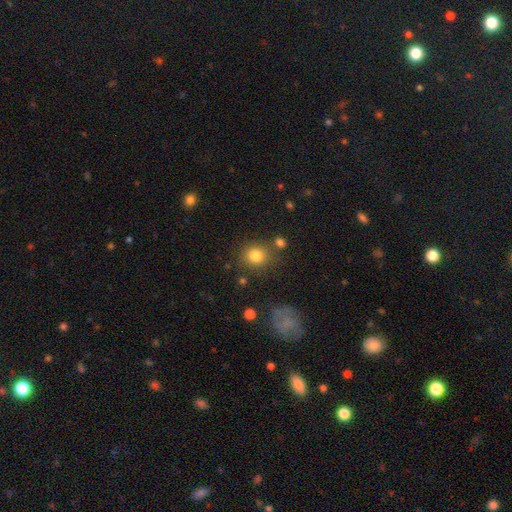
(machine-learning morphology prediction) Smooth or featured: smooth — 82% (star or artifact — 12%)
How rounded: round — 84% (in between — 15%)
Merging: none — 78% (minor disturbance — 11%)